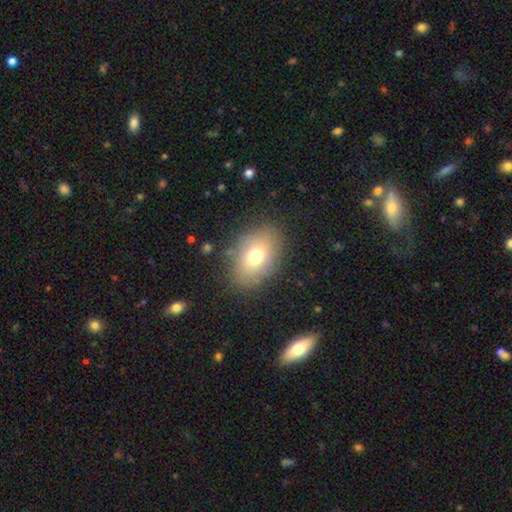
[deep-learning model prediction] smooth 70%, featured or disk 17%, star or artifact 12%. Down the decision tree: how rounded — in between (77%); merging — none (80%).